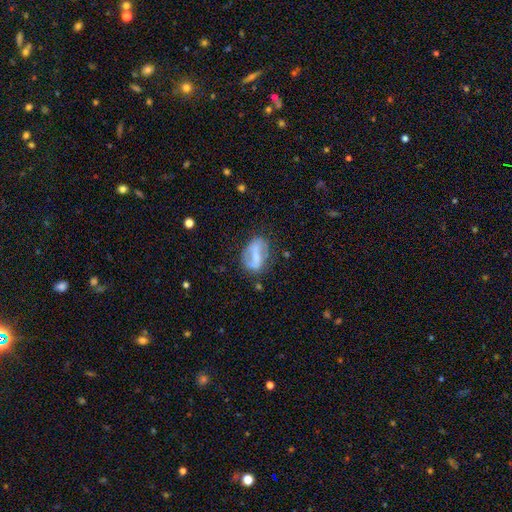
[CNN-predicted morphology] A featured or disk galaxy (52%). Merging: none (55%).